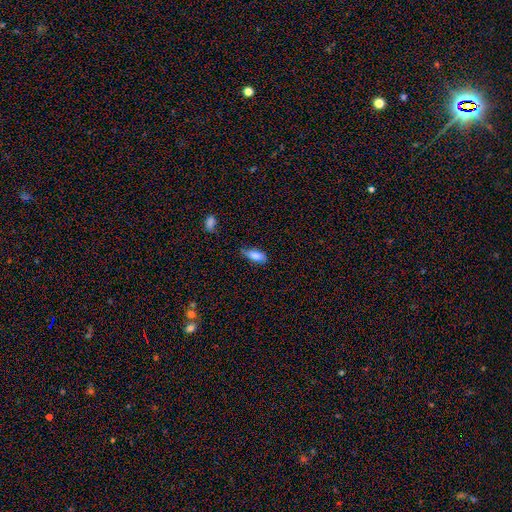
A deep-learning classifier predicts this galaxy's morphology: Smooth or featured? Predicted: smooth (p=0.82). How rounded? Predicted: in between (p=0.80). Merging? Predicted: none (p=0.62).